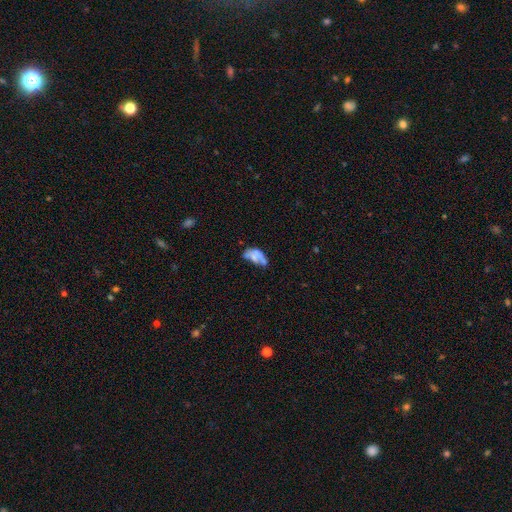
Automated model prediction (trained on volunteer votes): smooth 48%, featured or disk 40%, star or artifact 12%. Down the decision tree: merging — none (27%).